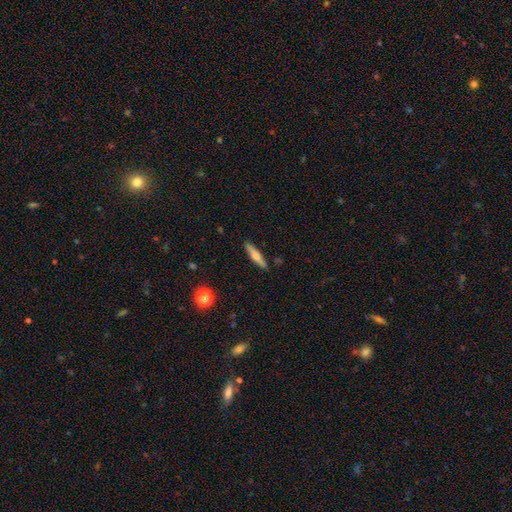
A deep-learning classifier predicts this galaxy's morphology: A featured or disk galaxy (47%).

Vote fractions:
- Smooth or featured? featured or disk: 47% / smooth: 46% / star or artifact: 7%
- Merging? none: 89% / minor disturbance: 7% / major disturbance: 2% / merger: 1%